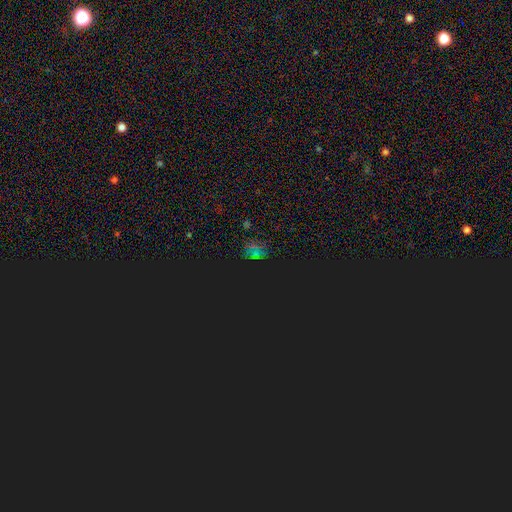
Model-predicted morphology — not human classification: This is likely a star or artifact rather than a galaxy (74%).